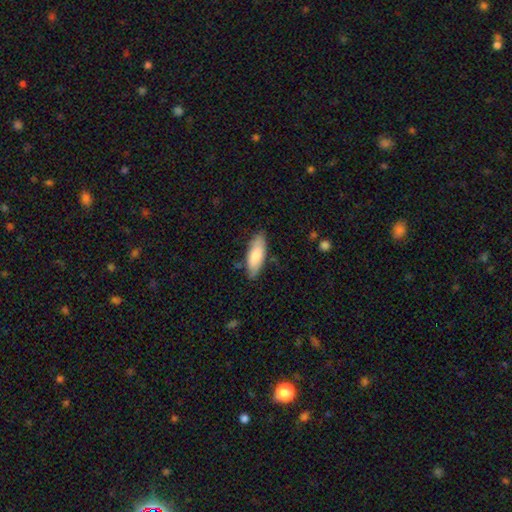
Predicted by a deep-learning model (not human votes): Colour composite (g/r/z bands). It shows a smooth galaxy with no disk features (80%) that is in between round and cigar-shaped (70%). Merging: none (78%).